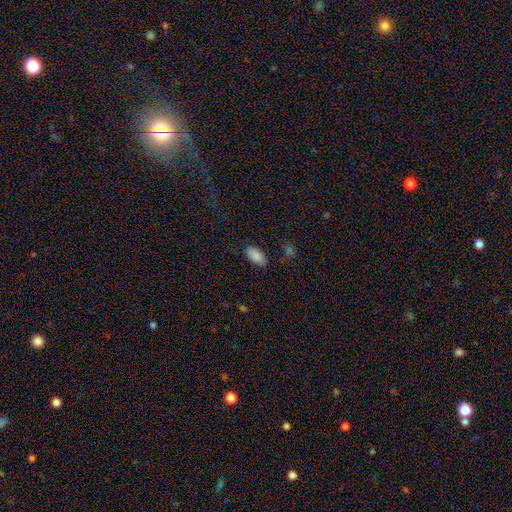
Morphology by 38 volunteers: Smooth or featured?
  - smooth: 89% *
  - featured or disk: 8%
  - star or artifact: 3%
How rounded?
  - in between: 100% *
  - round: 0%
  - cigar-shaped: 0%
Merging?
  - none: 86% *
  - minor disturbance: 14%
  - major disturbance: 0%
  - merger: 0%